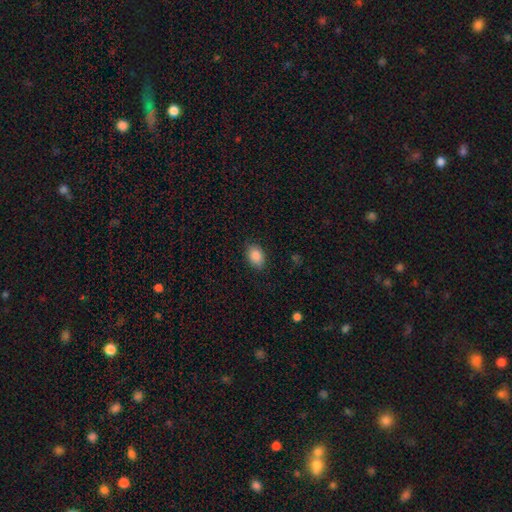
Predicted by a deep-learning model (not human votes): The model was most divided on "how rounded": in between: 81%, round: 18%, cigar-shaped: 1%. More confident: smooth or featured — smooth (88%); merging — none (86%).